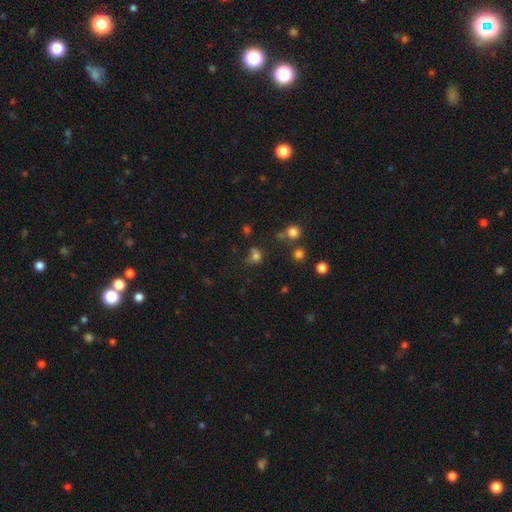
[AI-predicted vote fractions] Smooth or featured? Predicted: smooth (p=0.71). How rounded? Predicted: round (p=0.72). Merging? Predicted: none (p=0.53).